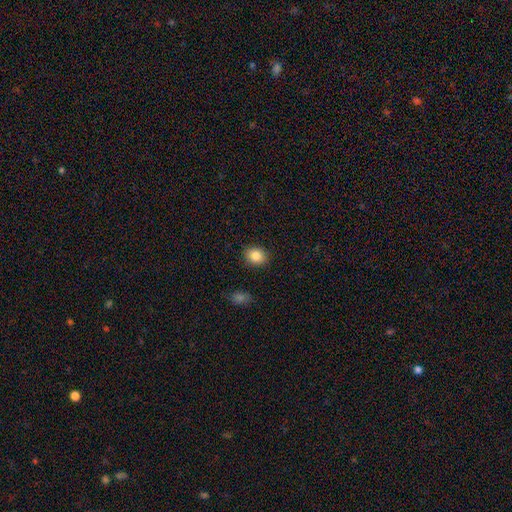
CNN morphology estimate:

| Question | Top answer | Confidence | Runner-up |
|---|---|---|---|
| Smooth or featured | smooth | 84% | star or artifact (9%) |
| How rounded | round | 59% | in between (40%) |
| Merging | none | 90% | minor disturbance (7%) |